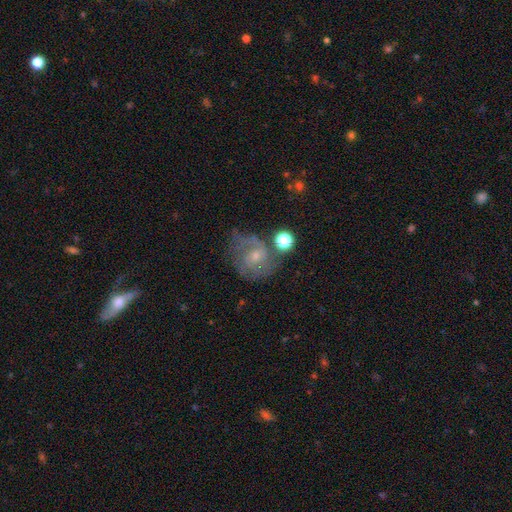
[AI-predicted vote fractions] smooth_or_featured: featured or disk (p=0.67) [alt: smooth p=0.20]
disk_edge_on: no (p=0.97) [alt: yes p=0.03]
bar: no (p=0.61) [alt: weak p=0.34]
has_spiral_arms: yes (p=0.87) [alt: no p=0.13]
spiral_winding: medium (p=0.45) [alt: tight p=0.36]
spiral_arm_count: 2 (p=0.47) [alt: can't tell p=0.28]
bulge_size: small (p=0.62) [alt: moderate p=0.31]
merging: none (p=0.54) [alt: minor disturbance p=0.23]